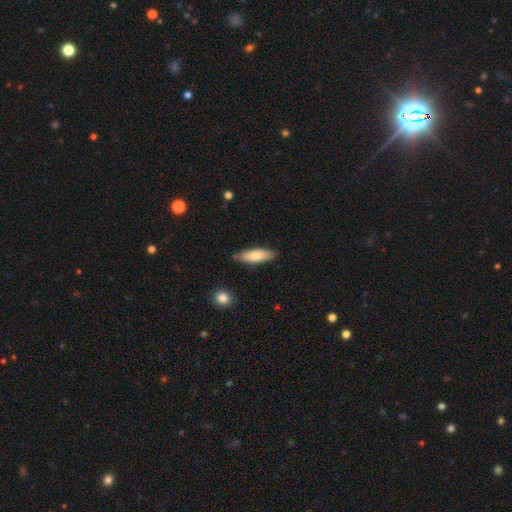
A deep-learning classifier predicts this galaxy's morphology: This appears to be a smooth galaxy with no disk features (75%) that is cigar-shaped (50%). Merging: none (82%).